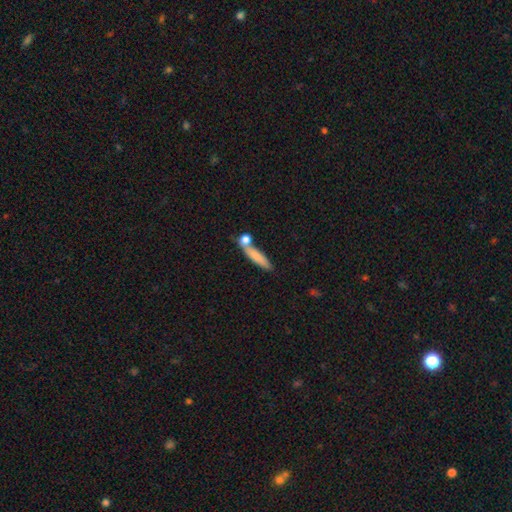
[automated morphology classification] type=smooth (75%); roundness=cigar-shaped (76%); merging=none (55%).